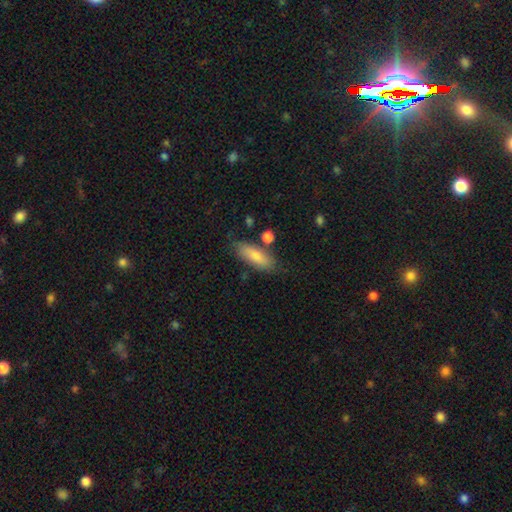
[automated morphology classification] The model was most divided on "how rounded": in between: 66%, cigar-shaped: 31%, round: 3%. More confident: smooth or featured — smooth (78%); merging — none (74%).